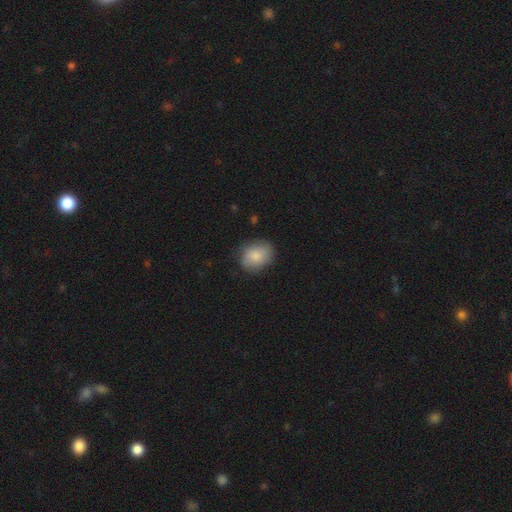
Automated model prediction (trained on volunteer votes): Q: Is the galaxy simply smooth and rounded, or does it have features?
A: smooth — 83%.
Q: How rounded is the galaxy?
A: in between — 53%.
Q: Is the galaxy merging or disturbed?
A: none — 79%.